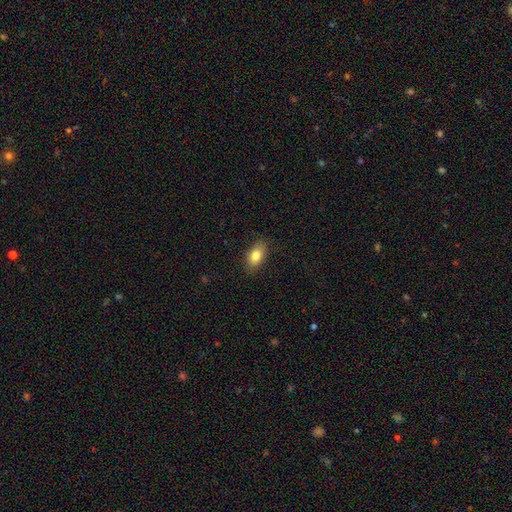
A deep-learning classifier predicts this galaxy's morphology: Smooth or featured: smooth — 80% (featured or disk — 12%)
How rounded: in between — 87% (round — 8%)
Merging: none — 84% (minor disturbance — 13%)